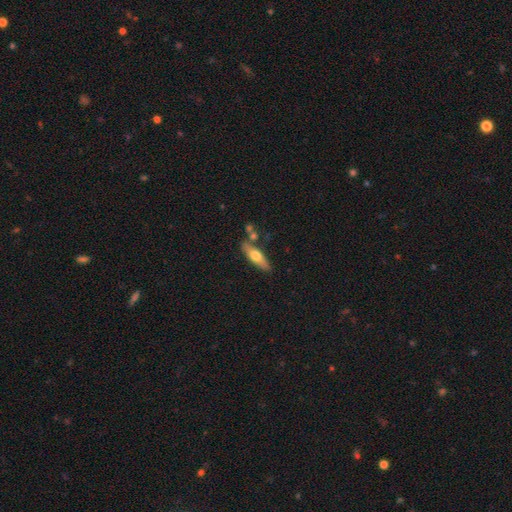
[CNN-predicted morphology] Smooth or featured? smooth (50%)
Merging? none (75%)